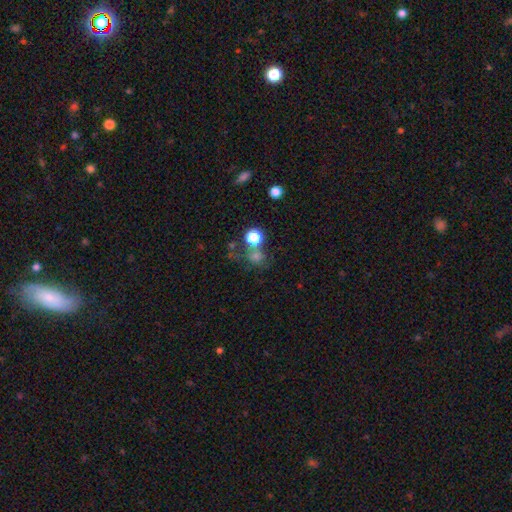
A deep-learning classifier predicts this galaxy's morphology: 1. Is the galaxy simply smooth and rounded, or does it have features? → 59% smooth, 29% star or artifact, 12% featured or disk.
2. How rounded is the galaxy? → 79% round, 20% in between, 1% cigar-shaped.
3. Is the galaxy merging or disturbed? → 54% none, 22% merger, 13% minor disturbance, 12% major disturbance.